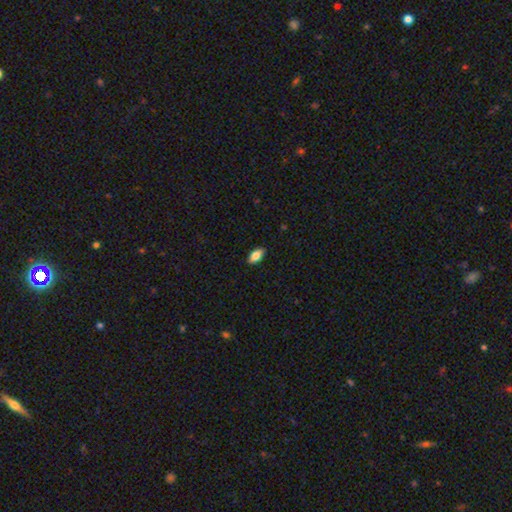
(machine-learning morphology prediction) Smooth or featured: smooth — 81% (featured or disk — 12%)
How rounded: in between — 90% (cigar-shaped — 6%)
Merging: none — 88% (minor disturbance — 9%)